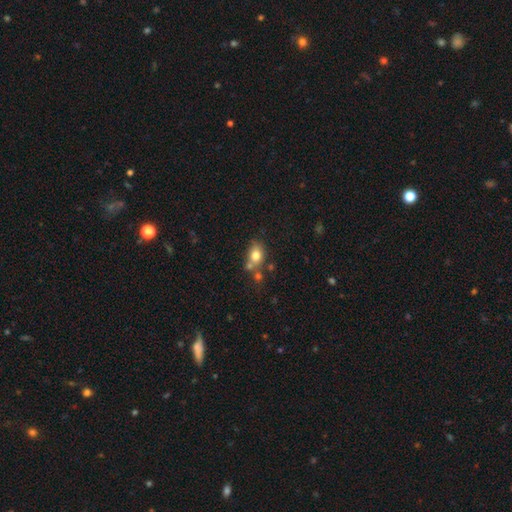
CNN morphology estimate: A smooth galaxy with no disk features (75%) that is in between round and cigar-shaped (63%). Merging: none (48%).